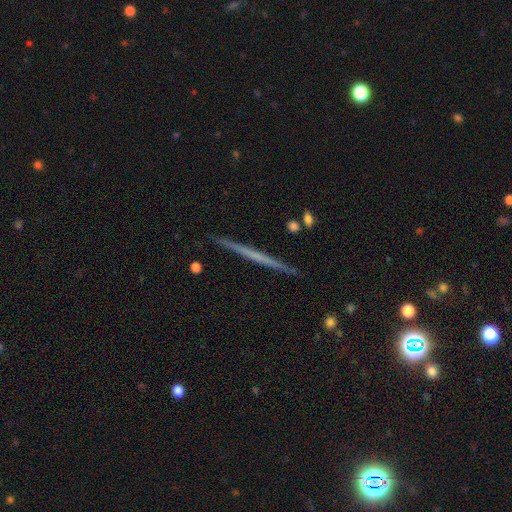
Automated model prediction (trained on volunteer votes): A featured or disk galaxy (62%) viewed edge-on (98%) with no central bulge (87%). Merging: none (91%).